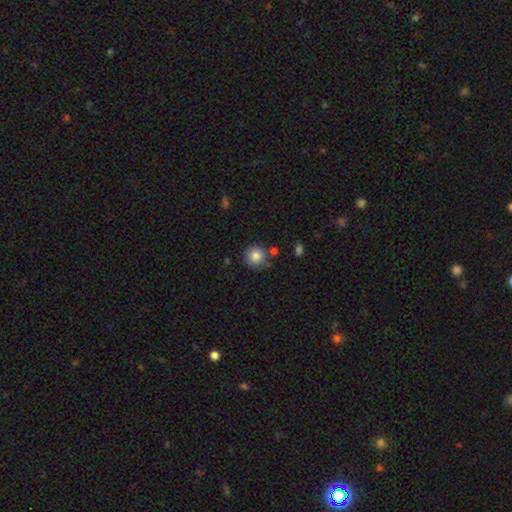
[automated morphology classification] A smooth galaxy with no disk features (83%) that is round (94%).

Vote fractions:
- Smooth or featured? smooth: 83% / star or artifact: 10% / featured or disk: 7%
- How rounded? round: 94% / in between: 5% / cigar-shaped: 1%
- Merging? none: 81% / minor disturbance: 9% / merger: 7% / major disturbance: 3%